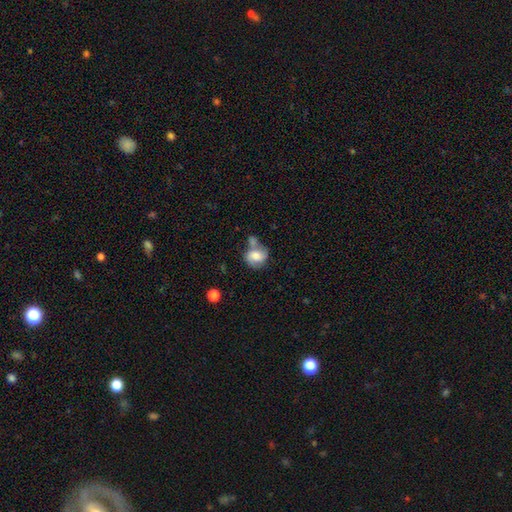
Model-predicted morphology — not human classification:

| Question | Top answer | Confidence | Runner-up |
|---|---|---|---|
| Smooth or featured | smooth | 57% | featured or disk (35%) |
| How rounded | round | 68% | in between (31%) |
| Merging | none | 44% | merger (30%) |